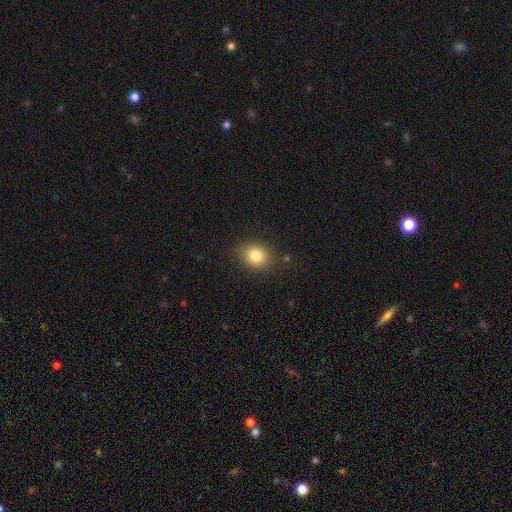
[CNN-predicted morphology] Smooth or featured? smooth (82%)
How rounded? round (54%)
Merging? none (84%)